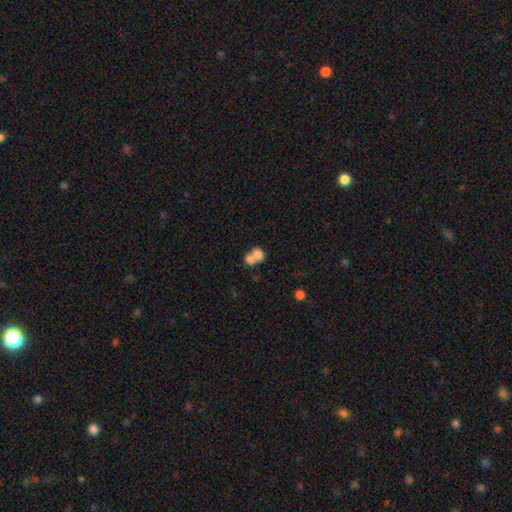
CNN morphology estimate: A smooth galaxy with no disk features (75%) that is round (59%).

Vote fractions:
- Smooth or featured? smooth: 75% / featured or disk: 16% / star or artifact: 9%
- How rounded? round: 59% / in between: 40% / cigar-shaped: 1%
- Merging? merger: 70% / none: 22% / minor disturbance: 5% / major disturbance: 3%